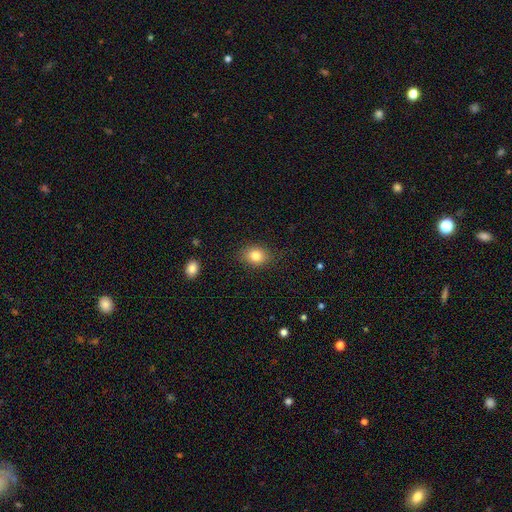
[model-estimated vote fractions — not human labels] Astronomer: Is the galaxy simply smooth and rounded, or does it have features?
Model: smooth — 83%.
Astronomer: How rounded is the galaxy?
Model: in between — 55% (runner-up: round, 44%).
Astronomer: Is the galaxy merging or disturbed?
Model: none — 83%.